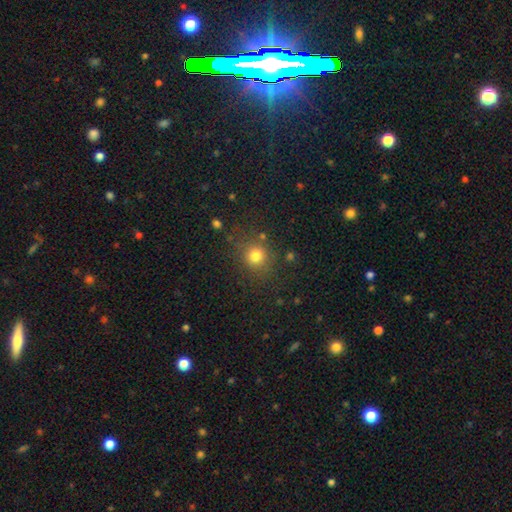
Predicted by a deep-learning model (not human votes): Morphology: type=smooth (79%); roundness=round (88%); merging=none (80%).